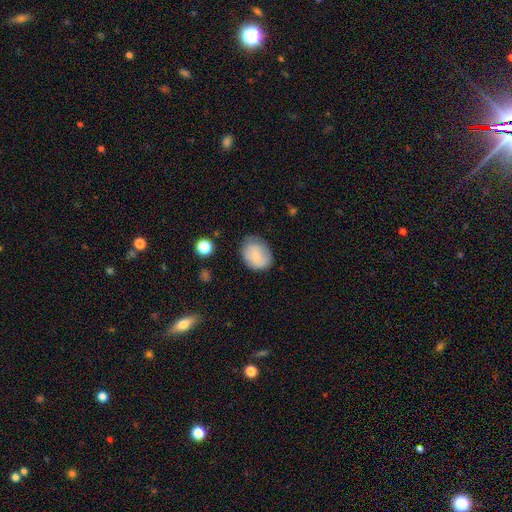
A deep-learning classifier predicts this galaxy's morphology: smooth_or_featured: smooth (p=0.80) [alt: featured or disk p=0.12]
how_rounded: in between (p=0.63) [alt: round p=0.36]
merging: none (p=0.67) [alt: minor disturbance p=0.25]